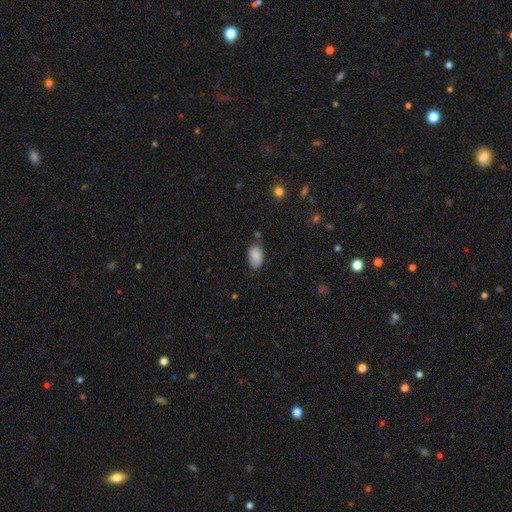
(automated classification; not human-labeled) Smooth or featured? Predicted: smooth (p=0.86). How rounded? Predicted: in between (p=0.92). Merging? Predicted: none (p=0.63).